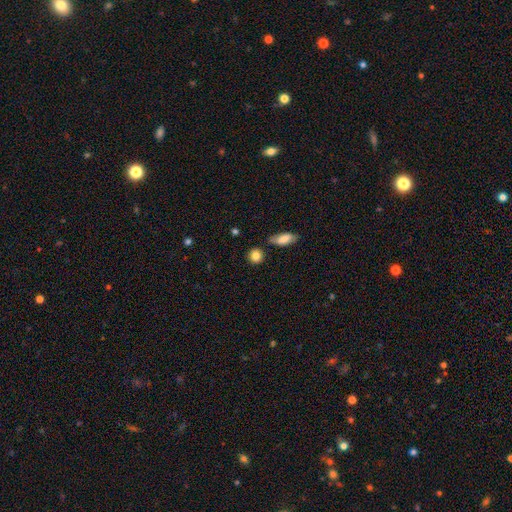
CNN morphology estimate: Smooth or featured: smooth — 85% (star or artifact — 9%)
How rounded: round — 83% (in between — 15%)
Merging: none — 81% (minor disturbance — 11%)